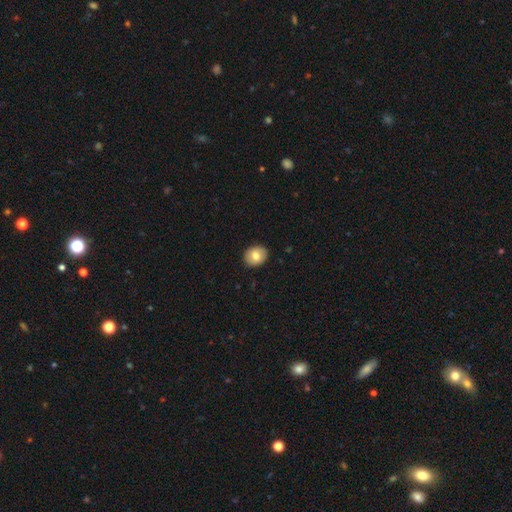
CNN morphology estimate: Smooth or featured?
  - smooth: 79% *
  - featured or disk: 14%
  - star or artifact: 8%
How rounded?
  - round: 66% *
  - in between: 33%
  - cigar-shaped: 1%
Merging?
  - none: 90% *
  - minor disturbance: 7%
  - major disturbance: 2%
  - merger: 1%